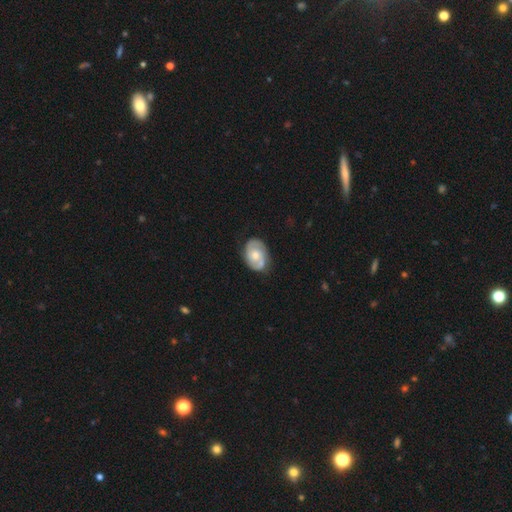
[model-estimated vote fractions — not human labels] The model was most divided on "spiral winding": tight: 44%, medium: 42%, loose: 15%. More confident: edge-on disk — no (97%); spiral arms — yes (88%); spiral arm count — 2 (76%); bar — no (70%); smooth or featured — featured or disk (69%); merging — none (67%); bulge size — moderate (61%).